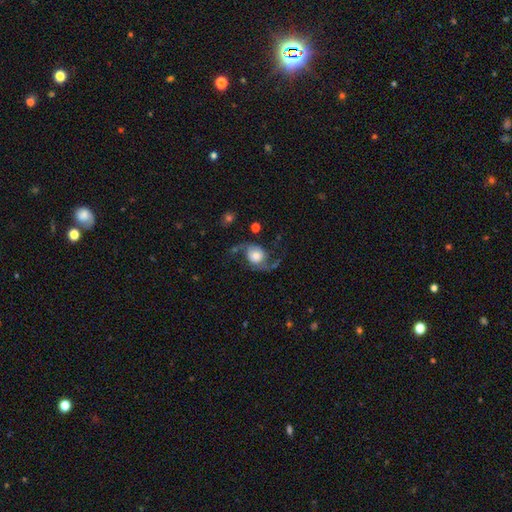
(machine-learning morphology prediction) smooth-or-featured: featured or disk: 77% | smooth: 16% | star or artifact: 7%
  disk-edge-on: no: 97% | yes: 3%
    bar: no: 73% | weak: 21% | strong: 6%
    has-spiral-arms: yes: 94% | no: 6%
      spiral-winding: loose: 77% | medium: 19% | tight: 4%
      spiral-arm-count: 2: 93% | 1: 3% | can't tell: 2% | 3: 1% | 4: 1% | more than 4: 1%
    bulge-size: moderate: 36% | large: 34% | dominant: 14% | small: 13% | none: 4%
  merging: none: 65% | minor disturbance: 17% | major disturbance: 15% | merger: 3%